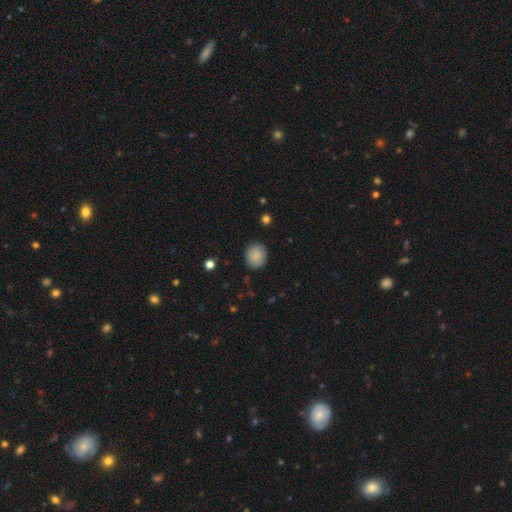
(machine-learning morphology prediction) Smooth or featured?
  - smooth: 86% *
  - star or artifact: 7%
  - featured or disk: 7%
How rounded?
  - round: 65% *
  - in between: 34%
  - cigar-shaped: 1%
Merging?
  - none: 85% *
  - minor disturbance: 11%
  - major disturbance: 3%
  - merger: 1%